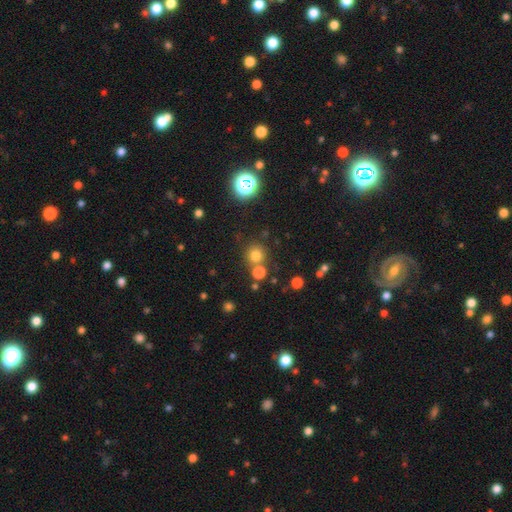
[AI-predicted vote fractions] Overall: smooth (74%). How rounded: round (91%). Merging: none (70%).